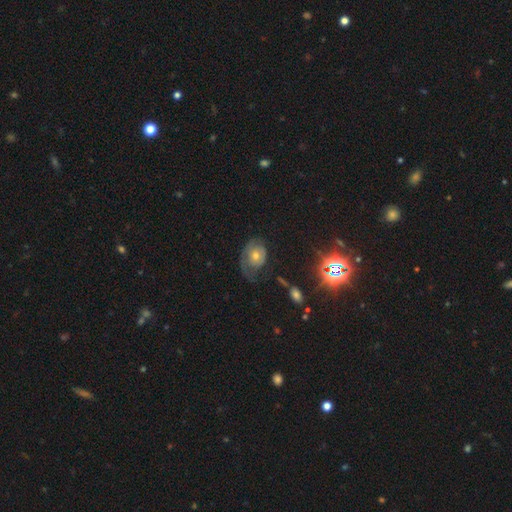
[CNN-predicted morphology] type=featured or disk (47%); merging=none (37%).